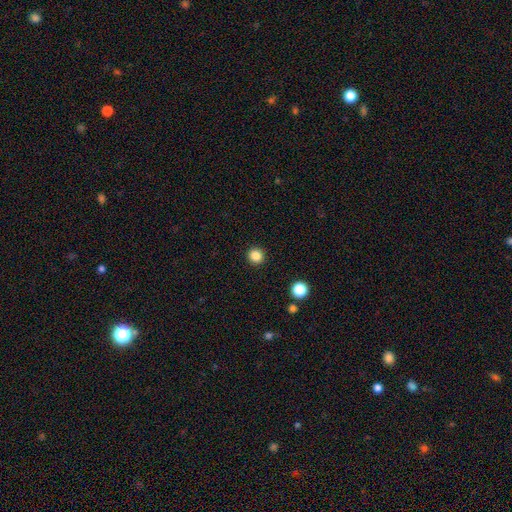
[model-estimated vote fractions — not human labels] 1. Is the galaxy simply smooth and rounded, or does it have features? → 84% smooth, 12% star or artifact, 4% featured or disk.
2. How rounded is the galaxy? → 92% round, 7% in between, 1% cigar-shaped.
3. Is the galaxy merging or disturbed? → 93% none, 5% minor disturbance, 2% major disturbance, 1% merger.